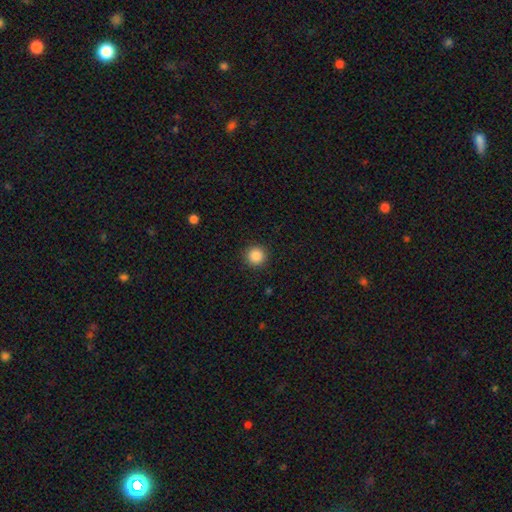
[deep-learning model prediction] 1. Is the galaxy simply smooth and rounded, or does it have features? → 87% smooth, 10% star or artifact, 3% featured or disk.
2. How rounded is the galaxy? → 95% round, 4% in between, 1% cigar-shaped.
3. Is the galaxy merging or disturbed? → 92% none, 5% minor disturbance, 2% major disturbance, 1% merger.